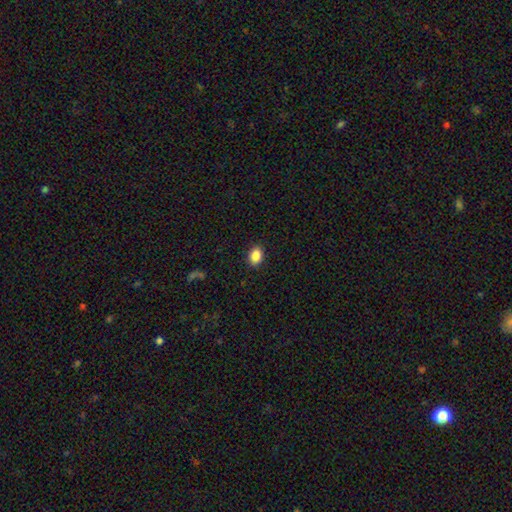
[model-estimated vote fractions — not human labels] Smooth or featured?
  - smooth: 87% *
  - star or artifact: 9%
  - featured or disk: 4%
How rounded?
  - in between: 73% *
  - round: 26%
  - cigar-shaped: 1%
Merging?
  - none: 89% *
  - minor disturbance: 8%
  - major disturbance: 2%
  - merger: 1%